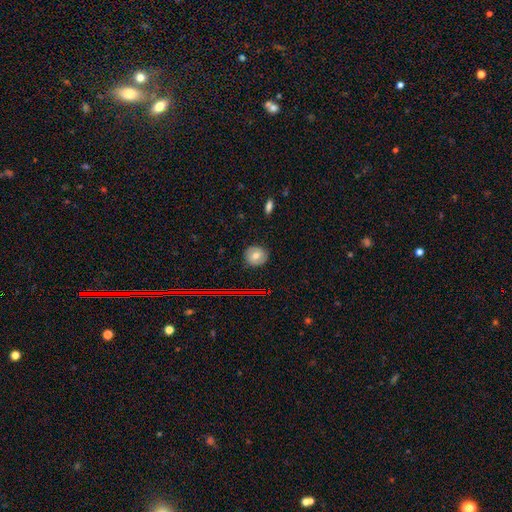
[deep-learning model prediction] Smooth or featured?
  - smooth: 57% *
  - featured or disk: 29%
  - star or artifact: 14%
How rounded?
  - round: 86% *
  - in between: 13%
  - cigar-shaped: 1%
Merging?
  - none: 87% *
  - minor disturbance: 10%
  - major disturbance: 2%
  - merger: 1%